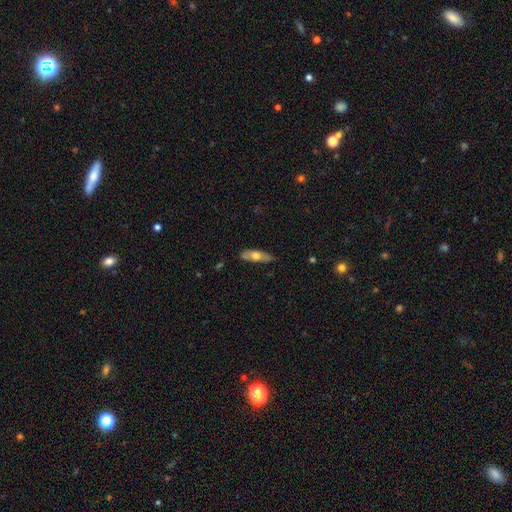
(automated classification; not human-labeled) Smooth or featured: smooth — 58% (featured or disk — 36%)
How rounded: in between — 57% (cigar-shaped — 40%)
Merging: none — 79% (minor disturbance — 17%)